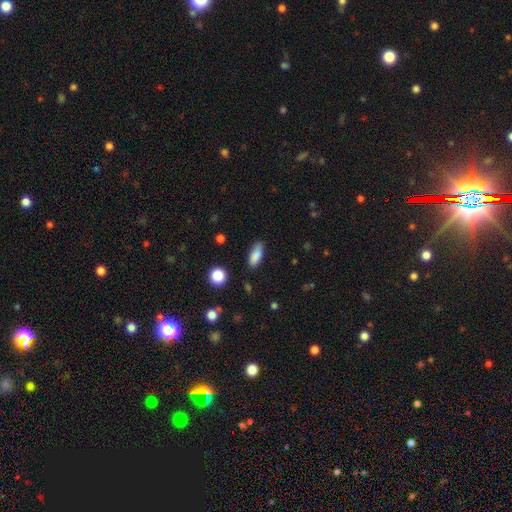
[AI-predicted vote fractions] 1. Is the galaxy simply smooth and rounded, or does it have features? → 85% smooth, 8% star or artifact, 7% featured or disk.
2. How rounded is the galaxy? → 69% in between, 28% cigar-shaped, 3% round.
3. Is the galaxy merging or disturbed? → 79% none, 16% minor disturbance, 3% major disturbance, 2% merger.